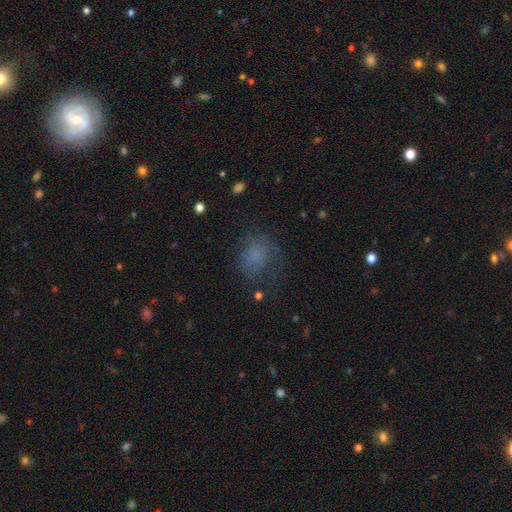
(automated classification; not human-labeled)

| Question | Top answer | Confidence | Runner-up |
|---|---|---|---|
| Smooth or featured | smooth | 62% | featured or disk (19%) |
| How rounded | round | 51% | in between (48%) |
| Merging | none | 49% | major disturbance (25%) |